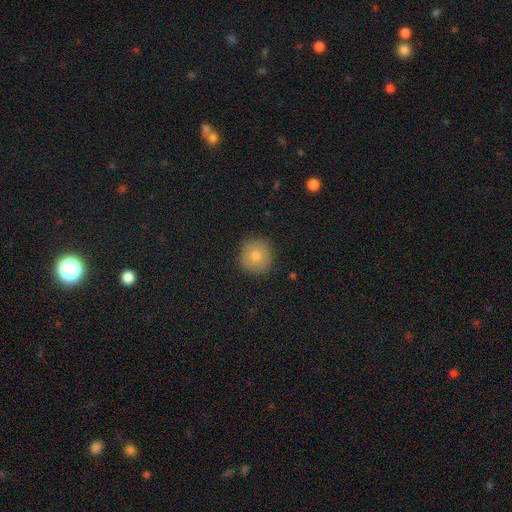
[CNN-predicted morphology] Smooth or featured?
  - smooth: 74% *
  - featured or disk: 15%
  - star or artifact: 11%
How rounded?
  - round: 94% *
  - in between: 5%
  - cigar-shaped: 1%
Merging?
  - none: 90% *
  - minor disturbance: 7%
  - major disturbance: 2%
  - merger: 1%